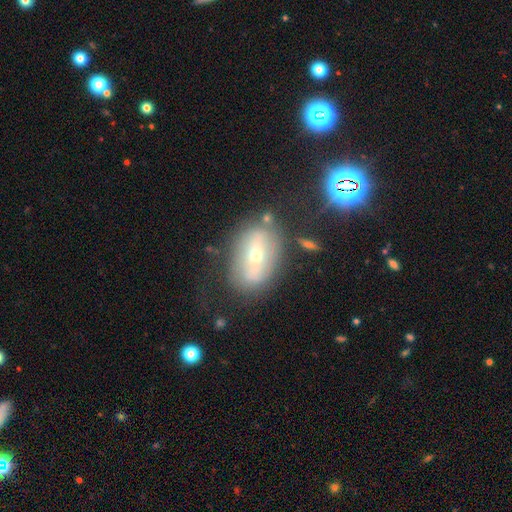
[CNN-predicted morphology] The model was most divided on "smooth or featured": featured or disk: 50%, smooth: 38%, star or artifact: 12%. More confident: edge-on disk — no (85%); merging — none (67%).